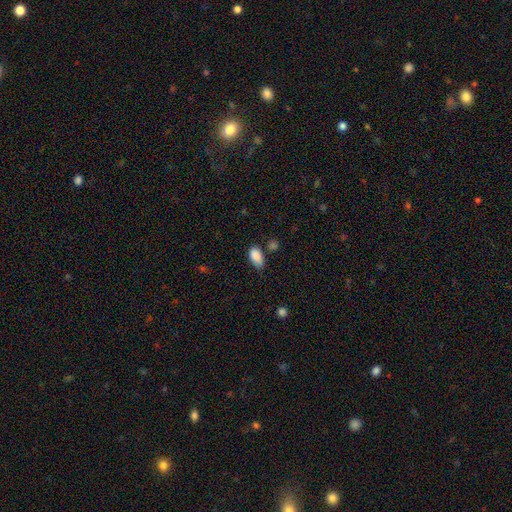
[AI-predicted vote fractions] Q: Smooth or featured?
A: smooth (88%); runner-up: star or artifact (8%)
Q: How rounded?
A: in between (92%); runner-up: round (5%)
Q: Merging?
A: none (57%); runner-up: minor disturbance (31%)